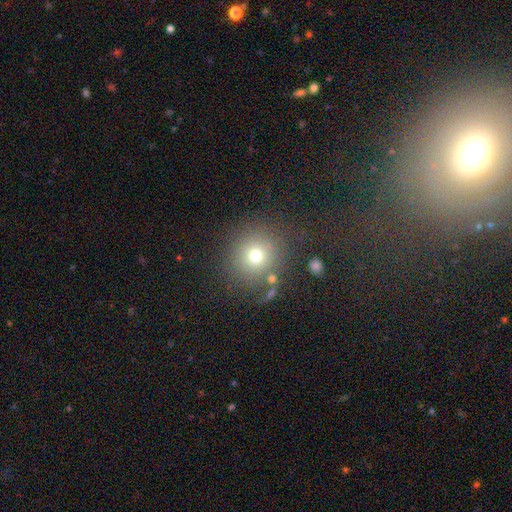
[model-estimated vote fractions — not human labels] smooth_or_featured: smooth (p=0.71) [alt: star or artifact p=0.16]
how_rounded: round (p=0.91) [alt: in between p=0.08]
merging: none (p=0.77) [alt: minor disturbance p=0.11]